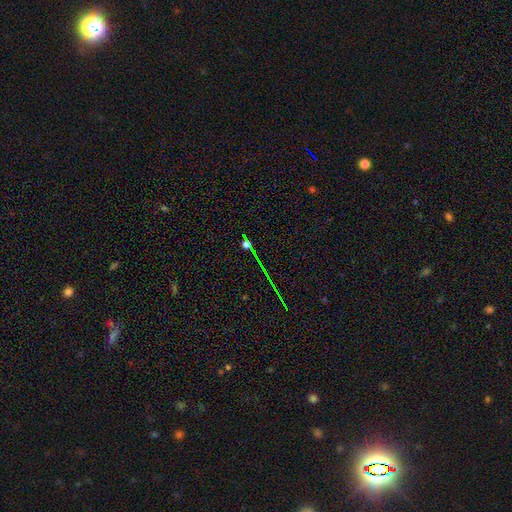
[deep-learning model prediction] This appears to be a star or artifact, not a galaxy (75%).